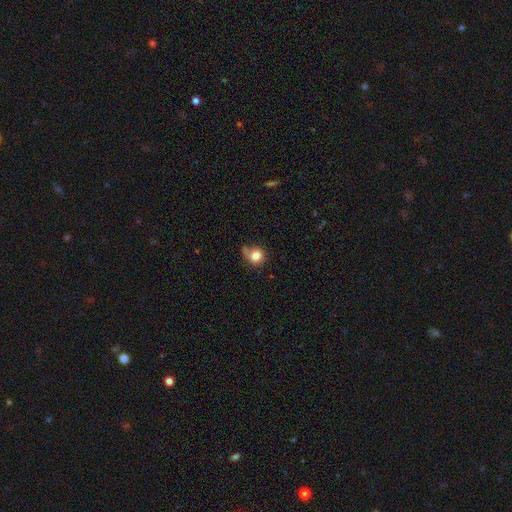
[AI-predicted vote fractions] smooth_or_featured: smooth (p=0.82) [alt: star or artifact p=0.10]
how_rounded: round (p=0.82) [alt: in between p=0.17]
merging: none (p=0.53) [alt: minor disturbance p=0.28]